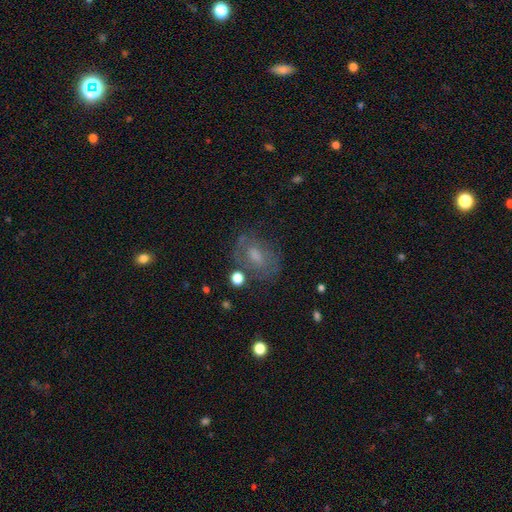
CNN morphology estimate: This is possibly a featured or disk galaxy (47%). Merging: likely none (61%).